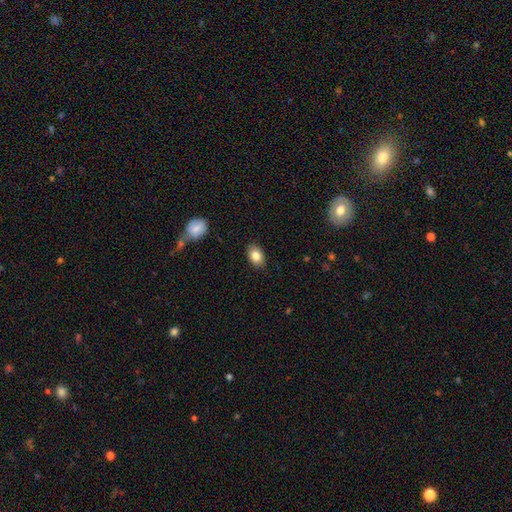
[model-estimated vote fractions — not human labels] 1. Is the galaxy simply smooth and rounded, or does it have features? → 84% smooth, 8% featured or disk, 8% star or artifact.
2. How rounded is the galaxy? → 84% in between, 14% round, 1% cigar-shaped.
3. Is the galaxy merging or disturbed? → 86% none, 10% minor disturbance, 2% major disturbance, 1% merger.